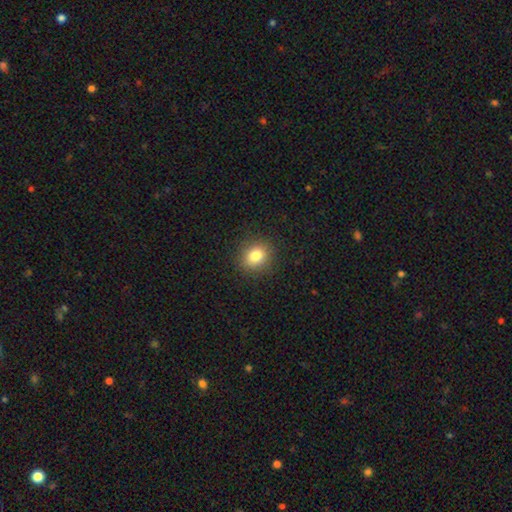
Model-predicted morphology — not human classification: The model was most divided on "how rounded": round: 71%, in between: 28%, cigar-shaped: 1%. More confident: merging — none (90%); smooth or featured — smooth (82%).